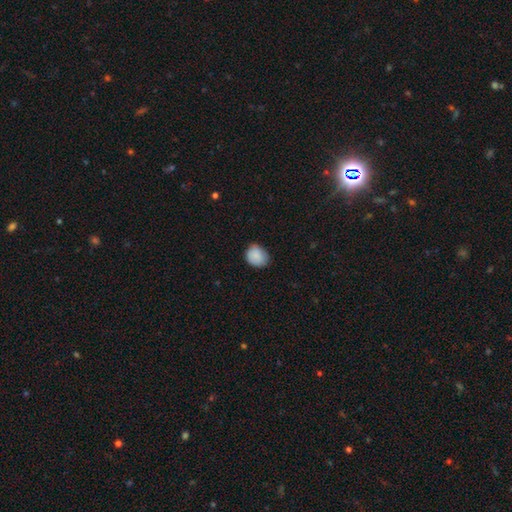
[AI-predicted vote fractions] Smooth or featured: smooth — 87% (star or artifact — 8%)
How rounded: round — 61% (in between — 38%)
Merging: none — 68% (minor disturbance — 27%)